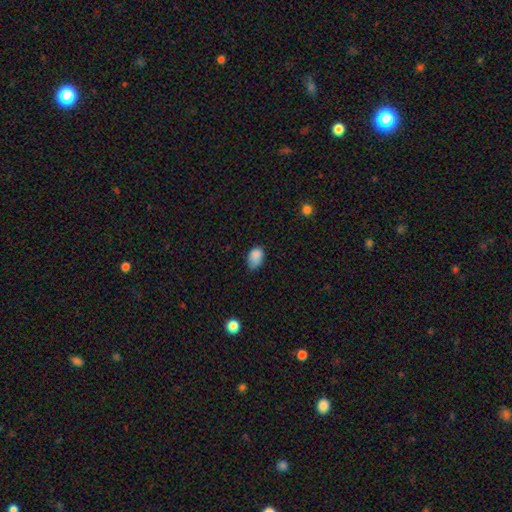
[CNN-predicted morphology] type=smooth (85%); roundness=in between (85%); merging=none (50%).